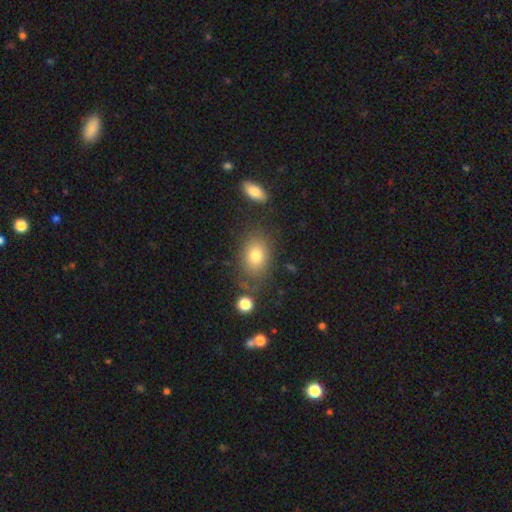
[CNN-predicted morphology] smooth 78%, featured or disk 12%, star or artifact 10%. Down the decision tree: how rounded — in between (75%); merging — none (73%).